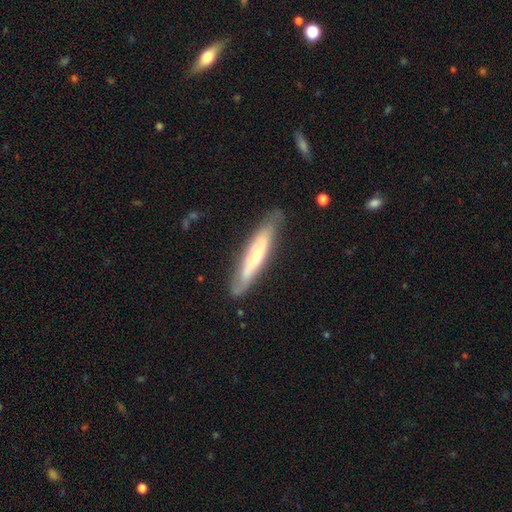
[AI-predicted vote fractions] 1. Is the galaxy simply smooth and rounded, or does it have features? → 51% featured or disk, 44% smooth, 6% star or artifact.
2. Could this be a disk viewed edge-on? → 67% yes, 33% no.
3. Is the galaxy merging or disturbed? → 78% none, 17% minor disturbance, 4% major disturbance, 2% merger.